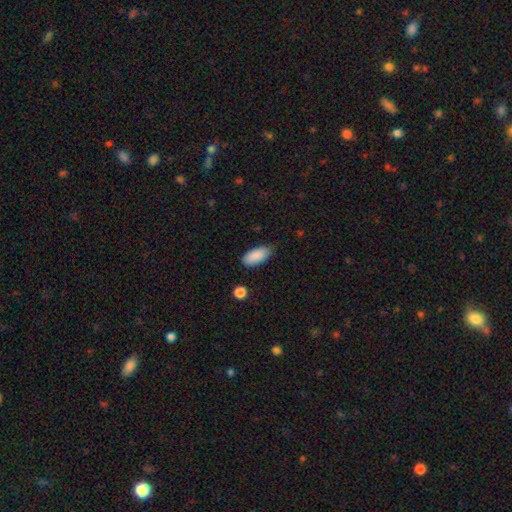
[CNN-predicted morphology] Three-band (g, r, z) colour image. It shows a smooth galaxy with no disk features (89%) that is in between round and cigar-shaped (90%). Merging: none (81%).